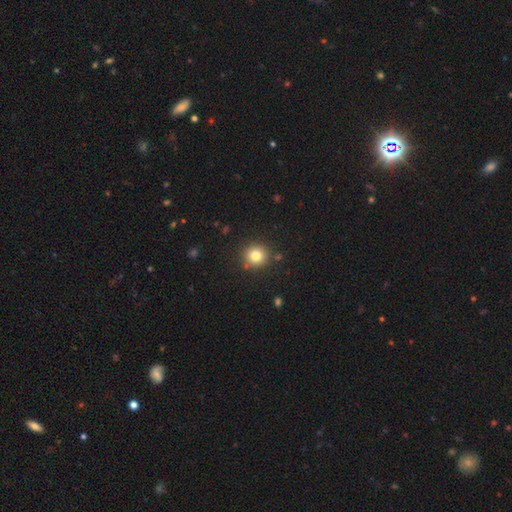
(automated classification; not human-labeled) smooth 79%, star or artifact 13%, featured or disk 8%. Down the decision tree: how rounded — round (93%); merging — none (88%).